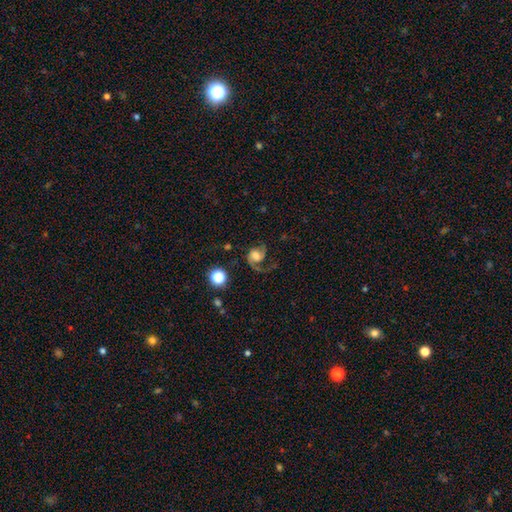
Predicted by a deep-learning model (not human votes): Smooth or featured? featured or disk (80%)
Edge-on disk? no (98%)
Bar? no (58%)
Spiral arms? yes (96%)
Spiral winding? medium (47%)
Spiral arm count? 2 (70%)
Bulge size? moderate (39%)
Merging? none (54%)